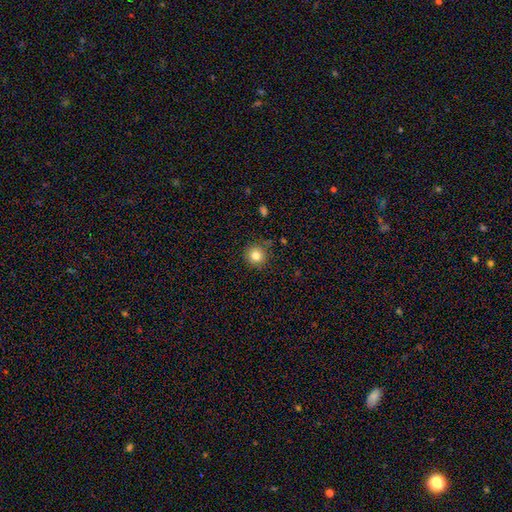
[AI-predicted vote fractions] smooth_or_featured: smooth (p=0.81) [alt: star or artifact p=0.12]
how_rounded: round (p=0.93) [alt: in between p=0.06]
merging: none (p=0.85) [alt: minor disturbance p=0.10]